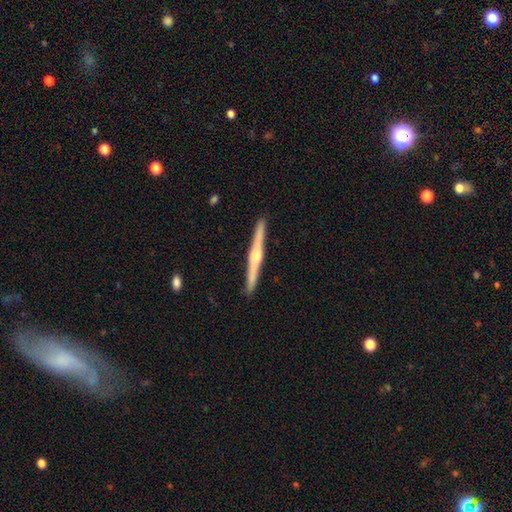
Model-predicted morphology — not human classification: Smooth or featured? featured or disk (74%)
Edge-on disk? yes (98%)
Edge-on bulge? rounded (84%)
Merging? none (92%)